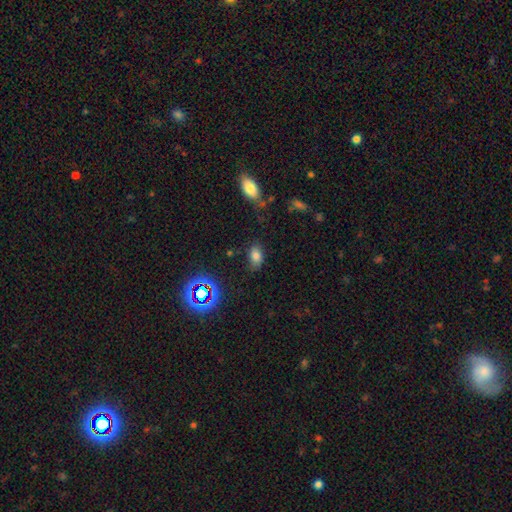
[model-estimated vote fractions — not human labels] smooth-or-featured: smooth: 74% | star or artifact: 18% | featured or disk: 9%
  how-rounded: in between: 89% | round: 9% | cigar-shaped: 2%
  merging: none: 74% | minor disturbance: 18% | major disturbance: 5% | merger: 2%